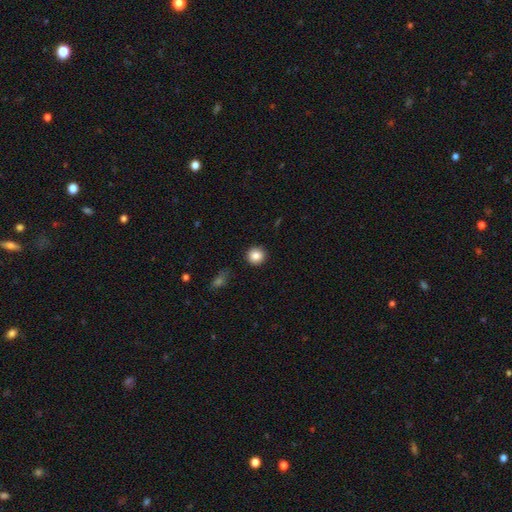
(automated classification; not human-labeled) Smooth or featured?
  - smooth: 86% *
  - star or artifact: 9%
  - featured or disk: 5%
How rounded?
  - round: 94% *
  - in between: 5%
  - cigar-shaped: 1%
Merging?
  - none: 92% *
  - minor disturbance: 5%
  - major disturbance: 2%
  - merger: 1%